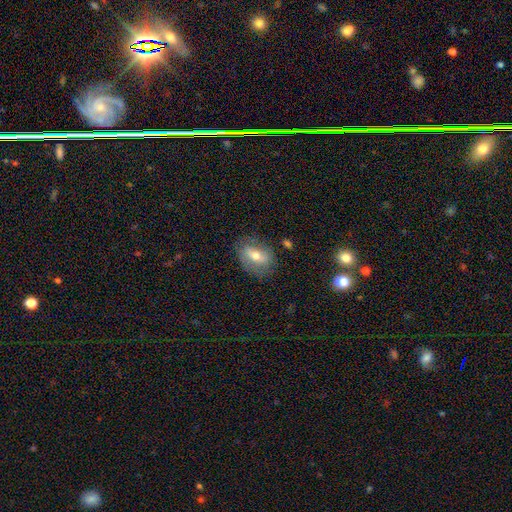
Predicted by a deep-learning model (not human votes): Smooth or featured? smooth (48%)
Merging? none (74%)